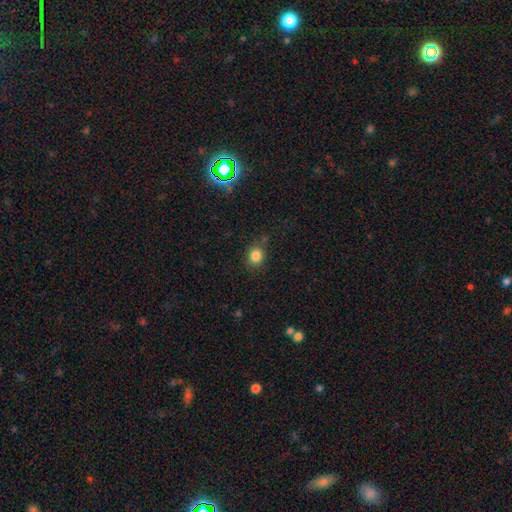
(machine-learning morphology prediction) A smooth galaxy with no disk features (83%) that is round (70%). Merging: none (76%).